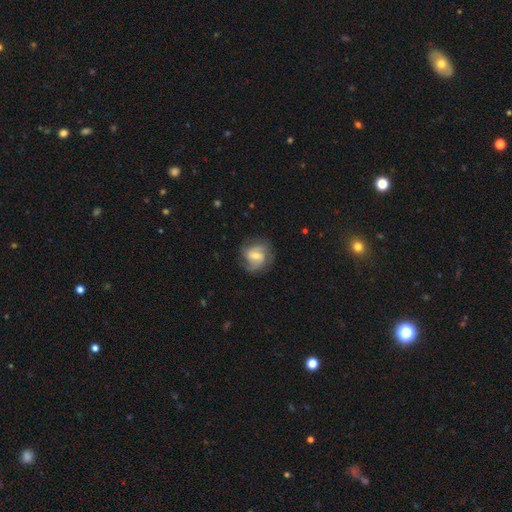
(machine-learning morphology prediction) smooth-or-featured: featured or disk: 68% | smooth: 25% | star or artifact: 7%
  disk-edge-on: no: 97% | yes: 3%
    bar: weak: 51% | no: 31% | strong: 18%
    has-spiral-arms: yes: 88% | no: 12%
      spiral-winding: medium: 44% | tight: 36% | loose: 20%
      spiral-arm-count: 2: 52% | can't tell: 21% | 3: 16% | 1: 5% | 4: 3% | more than 4: 3%
    bulge-size: moderate: 54% | small: 40% | large: 4% | none: 2% | dominant: 1%
  merging: none: 74% | minor disturbance: 17% | major disturbance: 8% | merger: 1%